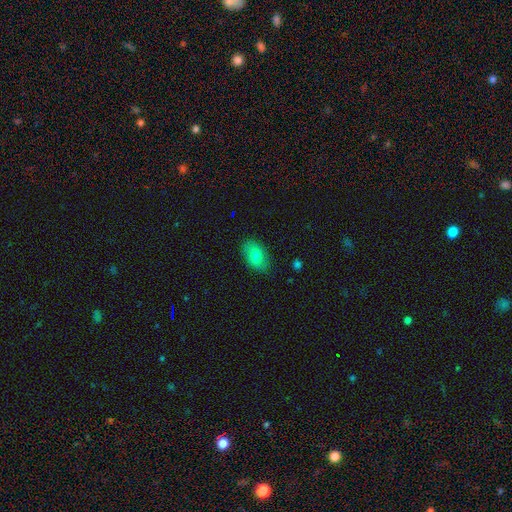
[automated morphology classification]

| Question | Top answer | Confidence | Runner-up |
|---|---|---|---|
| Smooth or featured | smooth | 73% | featured or disk (19%) |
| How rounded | in between | 90% | round (8%) |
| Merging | none | 83% | minor disturbance (13%) |